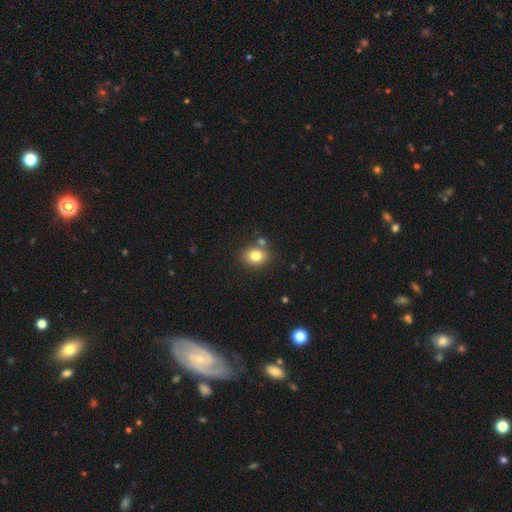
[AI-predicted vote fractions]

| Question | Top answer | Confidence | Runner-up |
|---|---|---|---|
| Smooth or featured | smooth | 80% | star or artifact (11%) |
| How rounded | round | 52% | in between (47%) |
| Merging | none | 73% | merger (13%) |